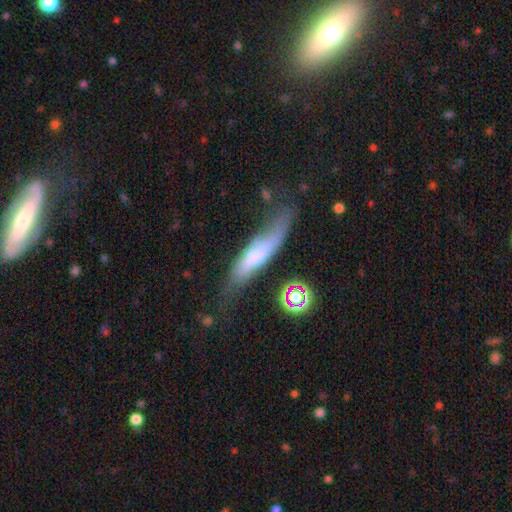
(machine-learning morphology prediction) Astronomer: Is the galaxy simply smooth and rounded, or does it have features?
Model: smooth — 49% (runner-up: featured or disk, 41%).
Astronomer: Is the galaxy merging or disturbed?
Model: none — 41% (runner-up: minor disturbance, 31%).